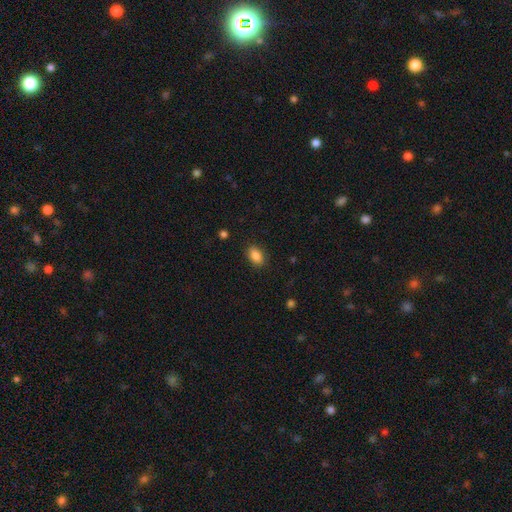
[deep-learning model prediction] smooth-or-featured: smooth: 87% | star or artifact: 9% | featured or disk: 4%
  how-rounded: in between: 87% | round: 11% | cigar-shaped: 2%
  merging: none: 86% | minor disturbance: 10% | major disturbance: 3% | merger: 1%